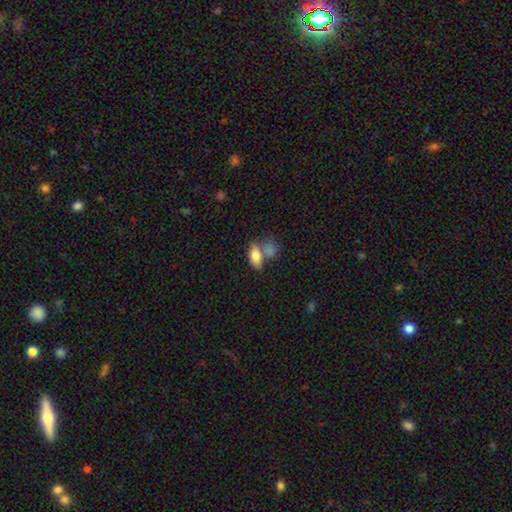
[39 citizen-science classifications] Overall: smooth (87%). How rounded: in between (88%). Merging: none (47%; merger 28%).